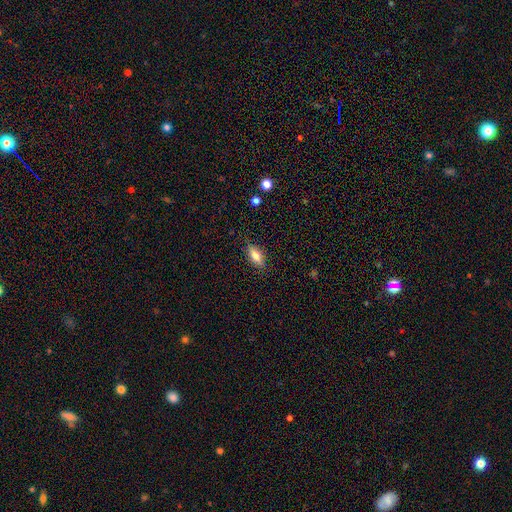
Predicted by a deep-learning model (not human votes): Smooth or featured? Predicted: smooth (p=0.68). How rounded? Predicted: in between (p=0.74). Merging? Predicted: none (p=0.84).